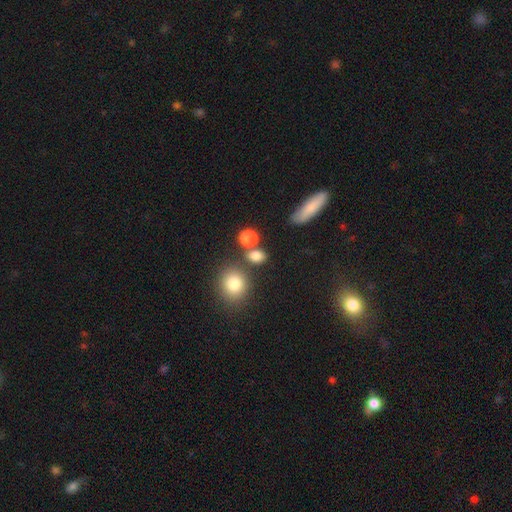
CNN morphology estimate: Smooth or featured? Predicted: smooth (p=0.79). How rounded? Predicted: in between (p=0.49). Merging? Predicted: none (p=0.67).